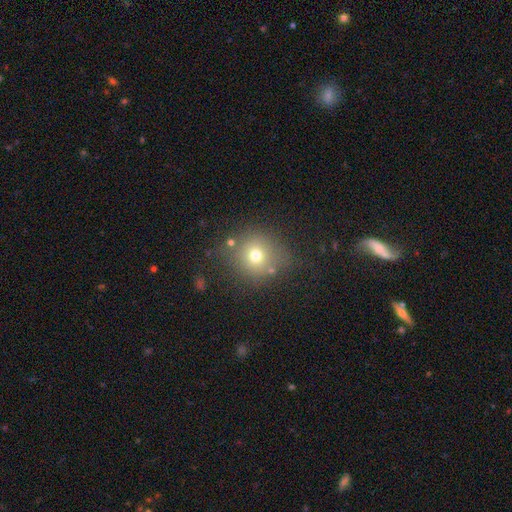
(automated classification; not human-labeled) smooth_or_featured: smooth (p=0.69) [alt: star or artifact p=0.17]
how_rounded: round (p=0.87) [alt: in between p=0.12]
merging: none (p=0.76) [alt: minor disturbance p=0.13]